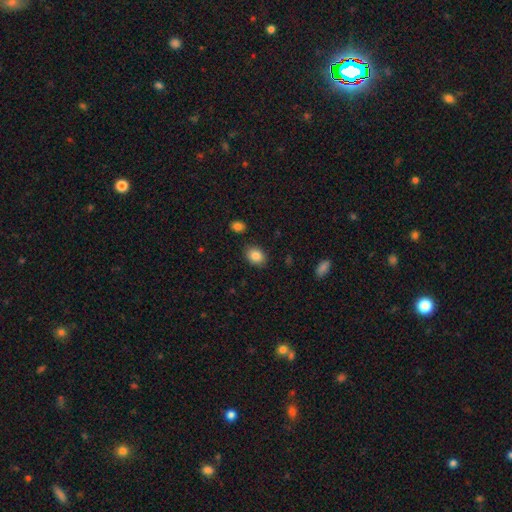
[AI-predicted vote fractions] A smooth galaxy with no disk features (86%) that is in between round and cigar-shaped (61%).

Vote fractions:
- Smooth or featured? smooth: 86% / star or artifact: 8% / featured or disk: 5%
- How rounded? in between: 61% / round: 38% / cigar-shaped: 1%
- Merging? none: 86% / minor disturbance: 9% / major disturbance: 2% / merger: 2%